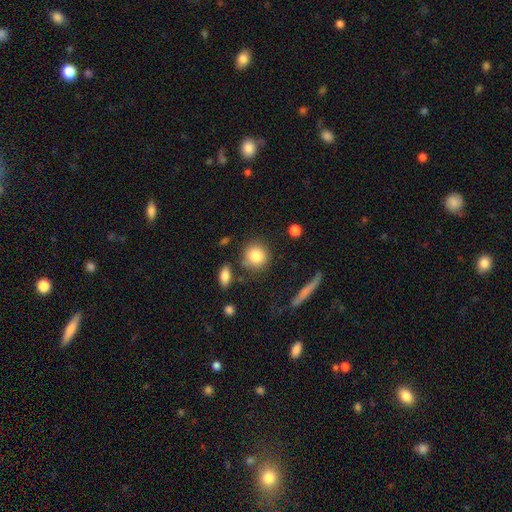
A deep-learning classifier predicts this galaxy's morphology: smooth-or-featured: smooth: 85% | star or artifact: 8% | featured or disk: 8%
  how-rounded: round: 83% | in between: 15% | cigar-shaped: 2%
  merging: none: 75% | minor disturbance: 13% | merger: 7% | major disturbance: 4%